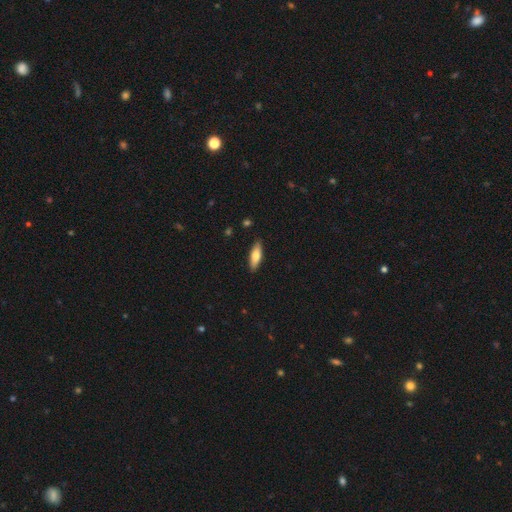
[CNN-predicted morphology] type=smooth (71%); roundness=in between (50%); merging=none (88%).